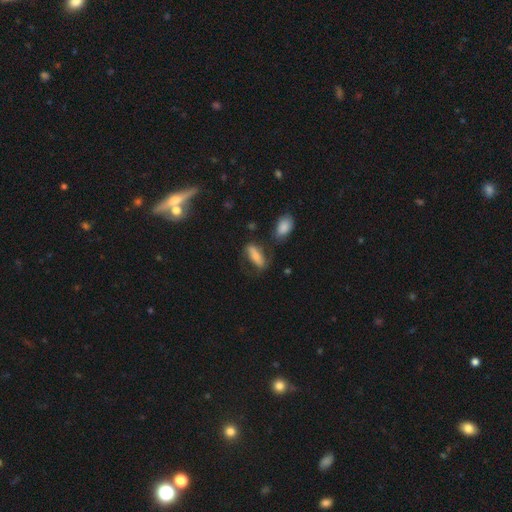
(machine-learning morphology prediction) smooth-or-featured: smooth: 63% | featured or disk: 28% | star or artifact: 8%
  how-rounded: in between: 61% | cigar-shaped: 36% | round: 3%
  merging: none: 59% | minor disturbance: 22% | major disturbance: 12% | merger: 7%